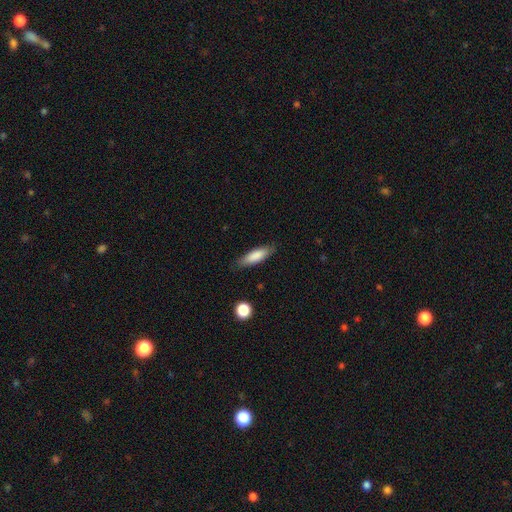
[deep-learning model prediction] Smooth or featured? smooth (83%)
How rounded? cigar-shaped (52%)
Merging? none (83%)